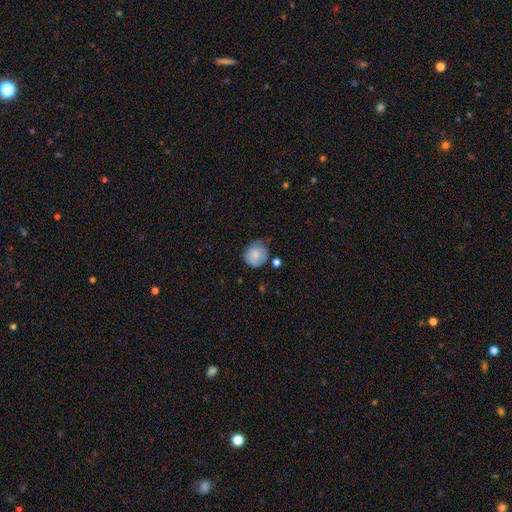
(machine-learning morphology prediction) This appears to be a smooth galaxy with no disk features (81%) that is round (86%). Merging: none (62%).